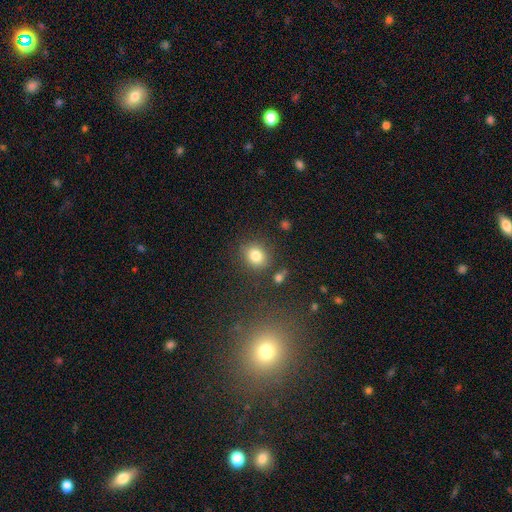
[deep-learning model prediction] Overall: smooth (81%). How rounded: round (69%; in between 30%). Merging: none (80%).